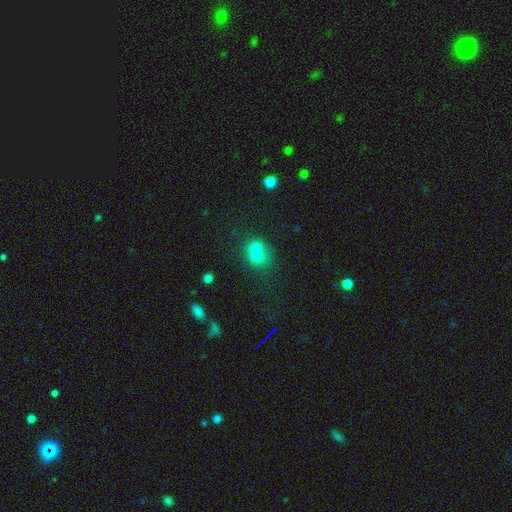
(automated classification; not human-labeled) Smooth or featured?
  - smooth: 68% *
  - featured or disk: 18%
  - star or artifact: 14%
How rounded?
  - round: 68% *
  - in between: 31%
  - cigar-shaped: 1%
Merging?
  - merger: 62% *
  - none: 27%
  - minor disturbance: 7%
  - major disturbance: 4%